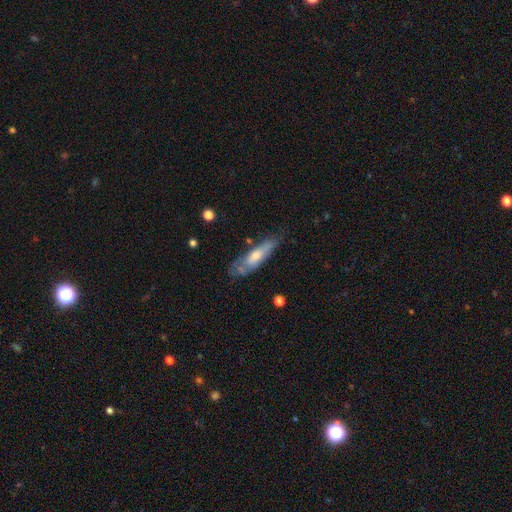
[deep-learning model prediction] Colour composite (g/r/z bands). It shows a smooth galaxy with no disk features (47%). Merging: none (57%).